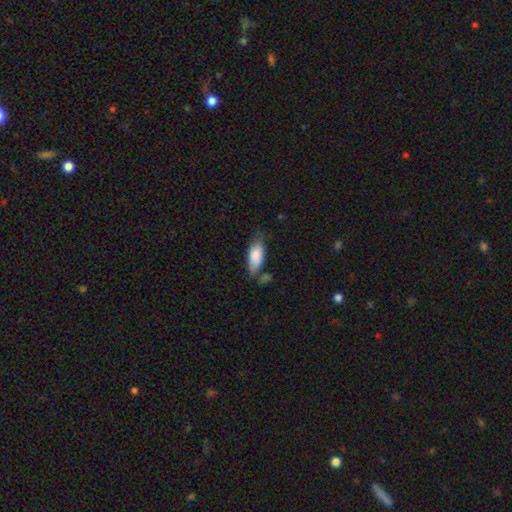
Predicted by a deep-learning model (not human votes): This appears to be a smooth galaxy with no disk features (83%) that is in between round and cigar-shaped (83%). Merging: none (54%).